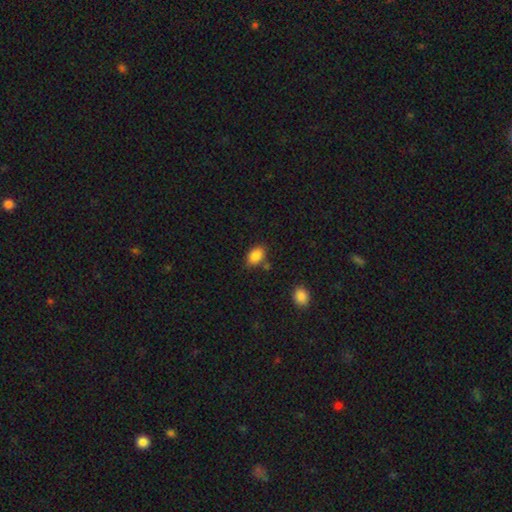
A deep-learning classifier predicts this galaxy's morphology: Q: Smooth or featured?
A: smooth (87%); runner-up: star or artifact (8%)
Q: How rounded?
A: in between (85%); runner-up: round (13%)
Q: Merging?
A: none (74%); runner-up: minor disturbance (16%)